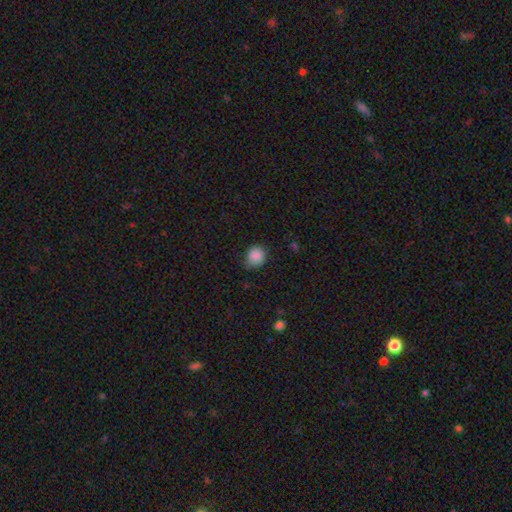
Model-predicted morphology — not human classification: Smooth or featured? smooth (87%)
How rounded? round (78%)
Merging? none (67%)